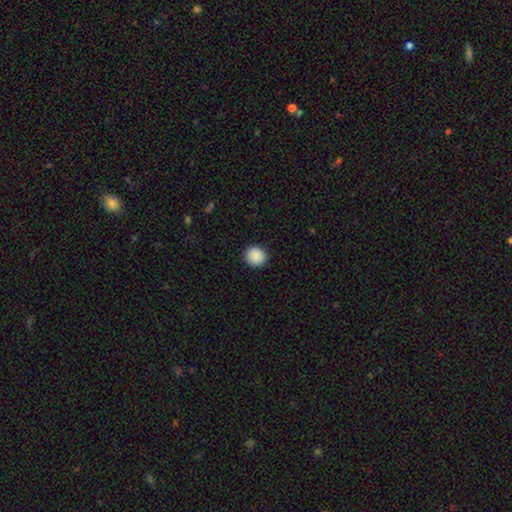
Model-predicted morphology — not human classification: This appears to be a smooth galaxy with no disk features (90%) that is round (88%). Merging: none (92%).